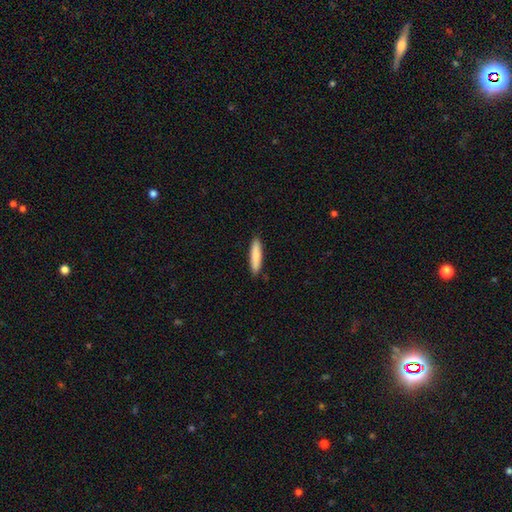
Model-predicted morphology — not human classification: Smooth or featured? smooth (83%)
How rounded? cigar-shaped (84%)
Merging? none (90%)